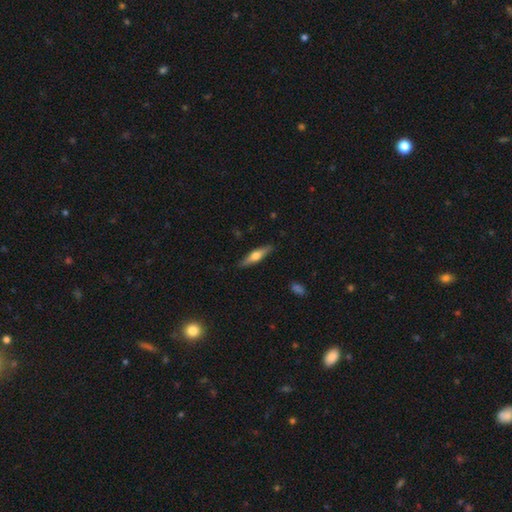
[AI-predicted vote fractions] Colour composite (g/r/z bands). It shows a featured or disk galaxy (53%) viewed edge-on (94%). Merging: none (89%).